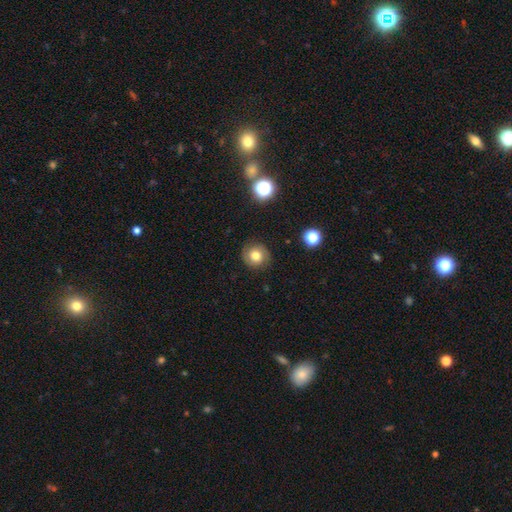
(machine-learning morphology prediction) A smooth galaxy with no disk features (64%) that is round (89%). Merging: none (85%).